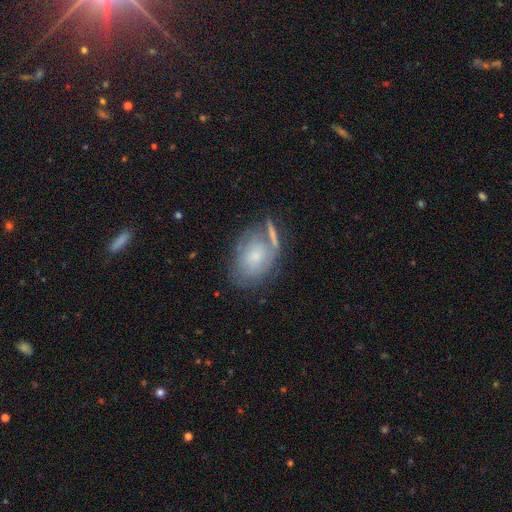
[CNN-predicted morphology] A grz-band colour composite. It shows a smooth galaxy with no disk features (54%) that is in between round and cigar-shaped (76%). Merging: none (49%).